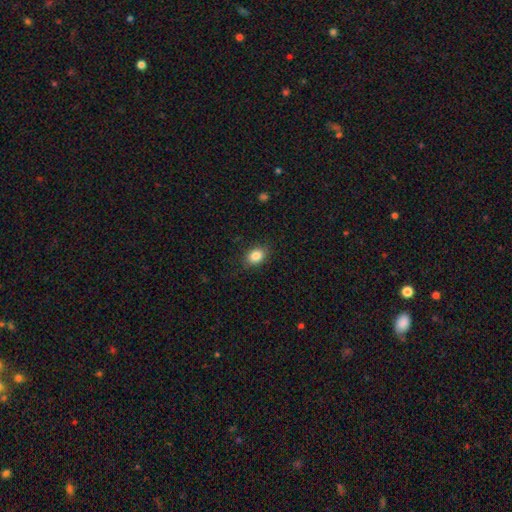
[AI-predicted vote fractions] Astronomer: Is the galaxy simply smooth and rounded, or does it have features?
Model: smooth — 85%.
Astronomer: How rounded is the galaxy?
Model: in between — 74%.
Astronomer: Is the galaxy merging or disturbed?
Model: none — 86%.